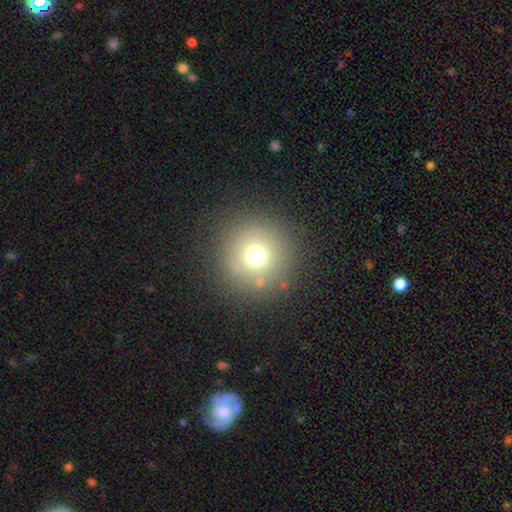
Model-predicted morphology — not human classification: Smooth or featured?
  - smooth: 70% *
  - star or artifact: 18%
  - featured or disk: 12%
How rounded?
  - round: 95% *
  - in between: 4%
  - cigar-shaped: 1%
Merging?
  - none: 86% *
  - minor disturbance: 8%
  - major disturbance: 4%
  - merger: 2%